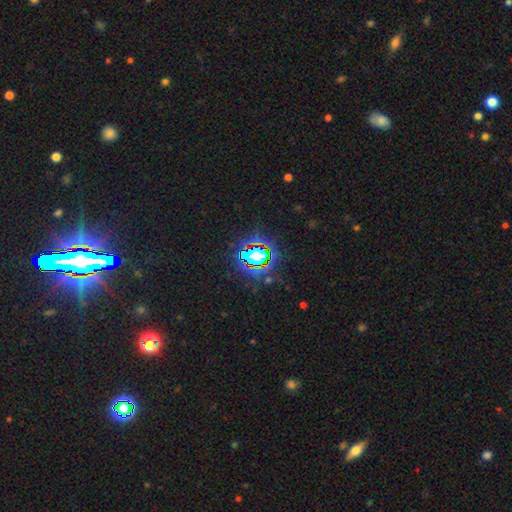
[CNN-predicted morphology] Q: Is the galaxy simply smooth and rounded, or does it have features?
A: star or artifact — 67%.